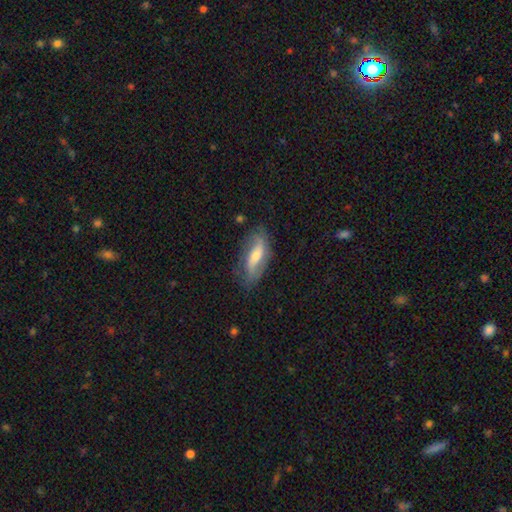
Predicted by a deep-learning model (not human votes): Morphology: type=featured or disk (58%); edge-on=no (81%); merging=none (71%).